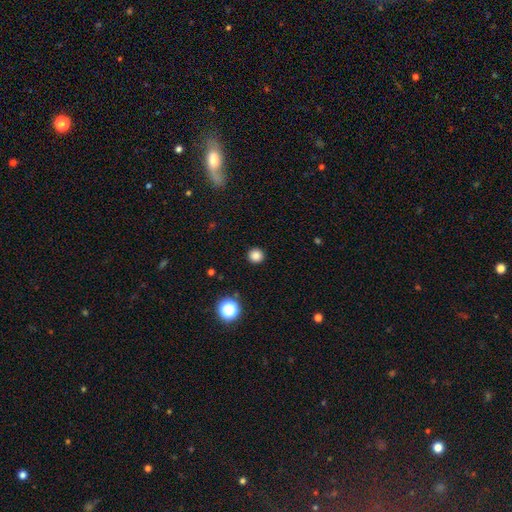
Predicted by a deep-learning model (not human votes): A smooth galaxy with no disk features (83%) that is round (95%). Merging: none (92%).